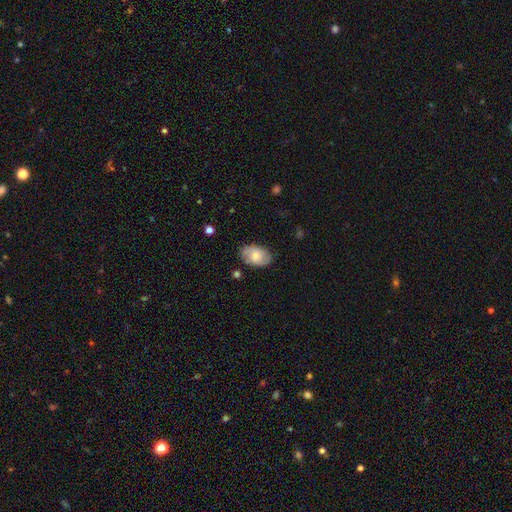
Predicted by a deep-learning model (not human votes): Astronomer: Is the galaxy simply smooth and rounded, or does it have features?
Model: smooth — 60%.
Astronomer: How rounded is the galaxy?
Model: in between — 88%.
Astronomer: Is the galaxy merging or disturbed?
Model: none — 79%.